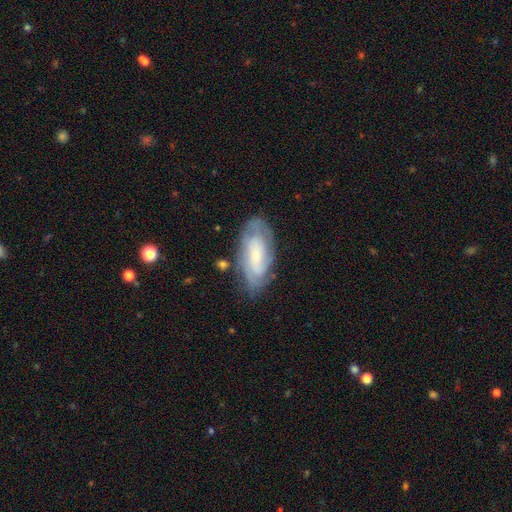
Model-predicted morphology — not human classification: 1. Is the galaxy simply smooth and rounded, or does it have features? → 66% featured or disk, 28% smooth, 7% star or artifact.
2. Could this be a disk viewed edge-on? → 91% no, 9% yes.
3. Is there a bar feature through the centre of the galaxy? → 60% no, 31% weak, 9% strong.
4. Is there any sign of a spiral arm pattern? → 86% yes, 14% no.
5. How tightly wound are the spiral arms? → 62% tight, 29% medium, 9% loose.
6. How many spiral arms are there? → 47% can't tell, 29% 2, 12% 3, 5% 4, 4% 1, 3% more than 4.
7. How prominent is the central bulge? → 64% small, 23% moderate, 7% none, 4% large, 2% dominant.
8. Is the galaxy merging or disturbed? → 73% none, 19% minor disturbance, 6% major disturbance, 2% merger.